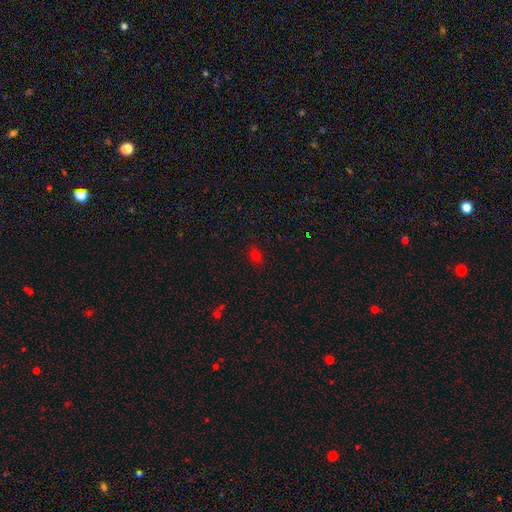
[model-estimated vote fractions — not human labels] smooth-or-featured: smooth: 72% | star or artifact: 21% | featured or disk: 7%
  how-rounded: in between: 61% | round: 37% | cigar-shaped: 2%
  merging: none: 85% | minor disturbance: 10% | major disturbance: 3% | merger: 1%